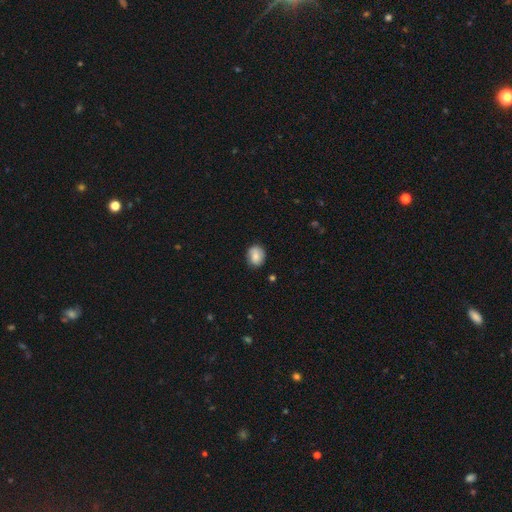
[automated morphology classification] A smooth galaxy with no disk features (74%) that is round (54%). Merging: none (81%).